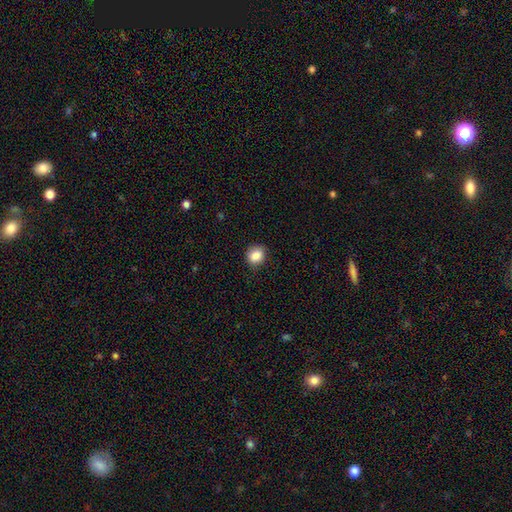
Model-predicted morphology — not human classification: smooth 86%, star or artifact 9%, featured or disk 4%. Down the decision tree: how rounded — round (70%); merging — none (81%).